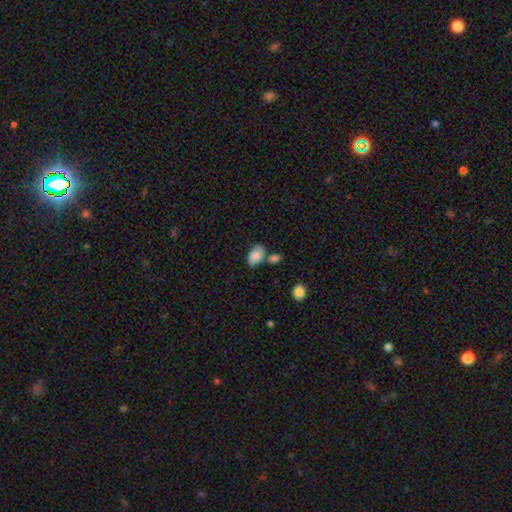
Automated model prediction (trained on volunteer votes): A smooth galaxy with no disk features (84%) that is in between round and cigar-shaped (90%). Merging: none (55%).